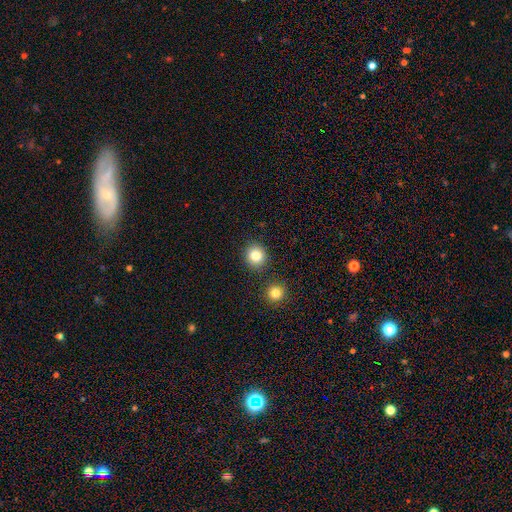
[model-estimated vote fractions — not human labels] A smooth galaxy with no disk features (83%) that is round (89%). Merging: none (86%).